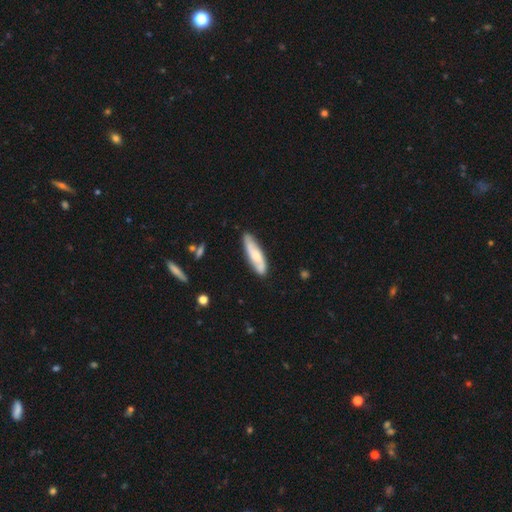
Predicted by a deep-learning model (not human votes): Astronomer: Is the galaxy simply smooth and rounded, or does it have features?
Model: featured or disk — 47%, tied with smooth at 47%.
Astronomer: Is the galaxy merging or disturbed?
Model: none — 83%.